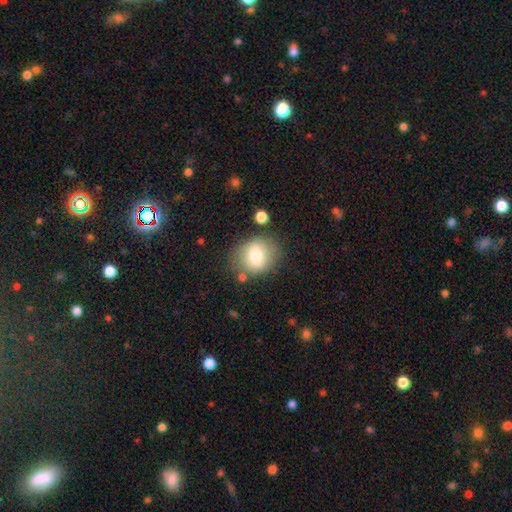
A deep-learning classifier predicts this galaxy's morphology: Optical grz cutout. It shows a smooth galaxy with no disk features (72%) that is round (62%). Merging: none (74%).